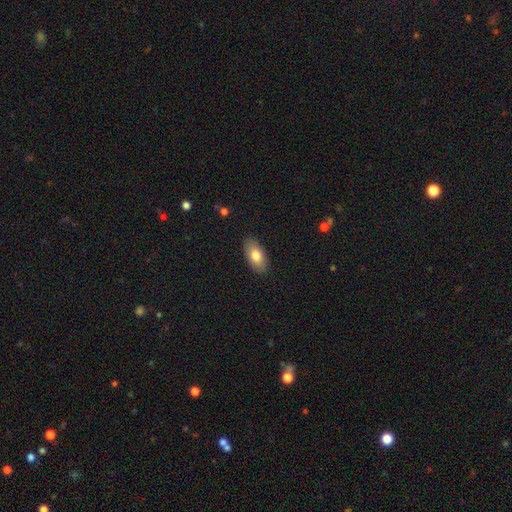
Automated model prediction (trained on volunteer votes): smooth 78%, featured or disk 16%, star or artifact 6%. Down the decision tree: how rounded — in between (92%); merging — none (88%).